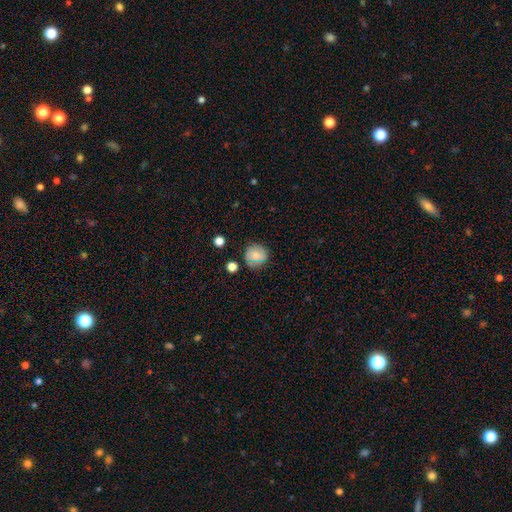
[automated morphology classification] Q: Smooth or featured?
A: smooth (73%); runner-up: featured or disk (18%)
Q: How rounded?
A: round (89%); runner-up: in between (10%)
Q: Merging?
A: none (75%); runner-up: minor disturbance (17%)